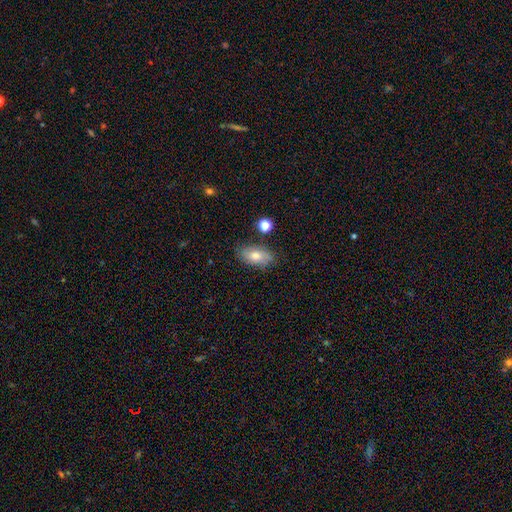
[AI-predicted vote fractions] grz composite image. It shows a smooth galaxy with no disk features (66%) that is in between round and cigar-shaped (89%). Merging: none (78%).